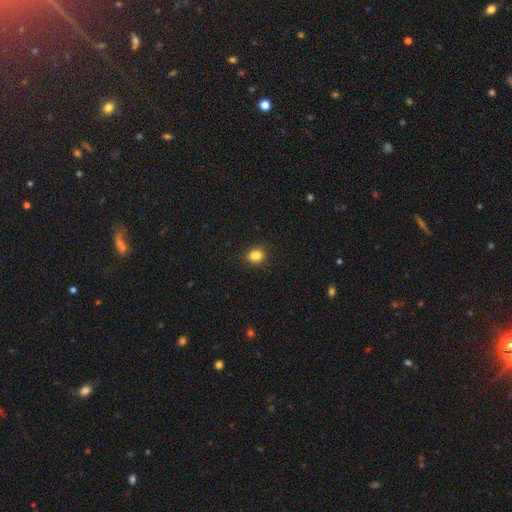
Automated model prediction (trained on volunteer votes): The model was most divided on "how rounded": round: 71%, in between: 28%, cigar-shaped: 1%. More confident: merging — none (90%); smooth or featured — smooth (84%).